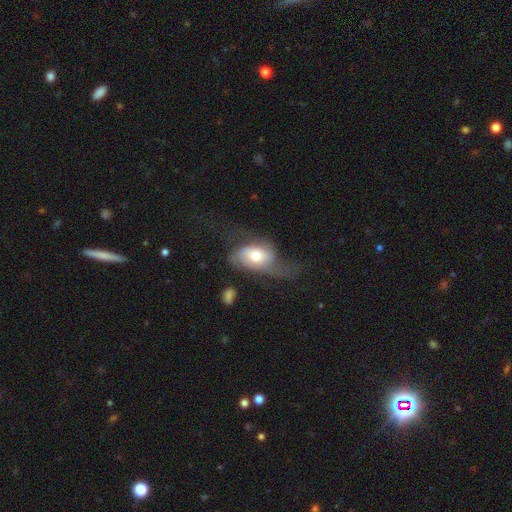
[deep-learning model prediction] Q: Smooth or featured?
A: smooth (52%); runner-up: featured or disk (41%)
Q: How rounded?
A: in between (84%); runner-up: round (13%)
Q: Merging?
A: major disturbance (48%); runner-up: none (24%)